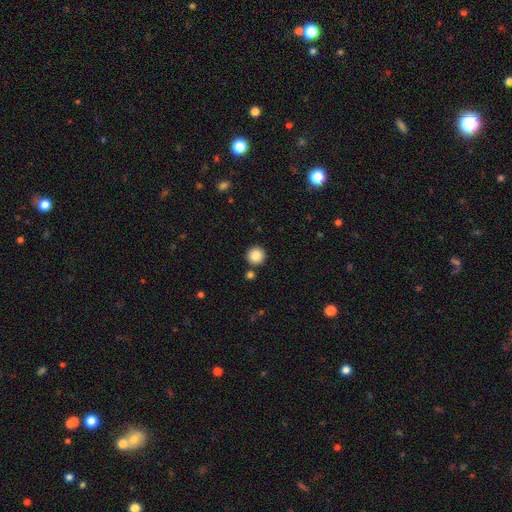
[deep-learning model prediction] Overall: smooth (86%). How rounded: round (96%). Merging: none (89%).